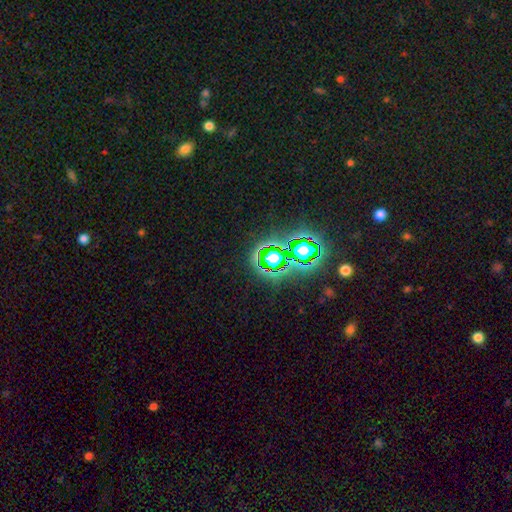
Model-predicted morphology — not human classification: Overall: star or artifact (77%).